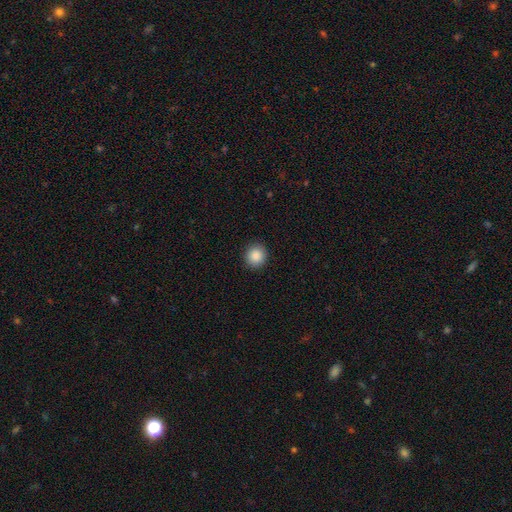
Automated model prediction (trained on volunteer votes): This appears to be a smooth galaxy with no disk features (88%) that is round (89%). Merging: none (91%).